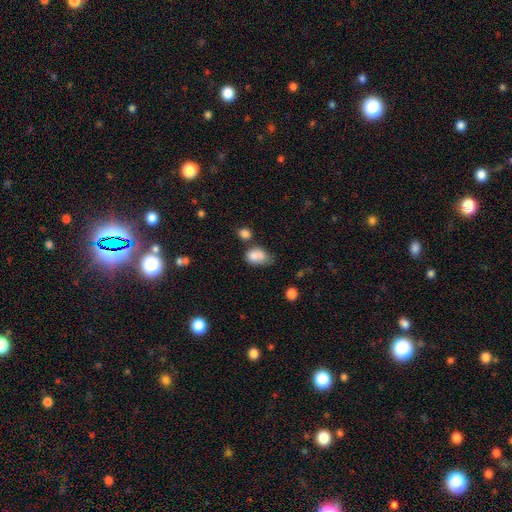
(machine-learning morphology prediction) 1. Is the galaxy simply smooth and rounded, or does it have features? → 81% smooth, 10% star or artifact, 10% featured or disk.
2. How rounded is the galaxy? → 71% in between, 27% round, 1% cigar-shaped.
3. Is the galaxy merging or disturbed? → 33% minor disturbance, 32% none, 21% merger, 14% major disturbance.